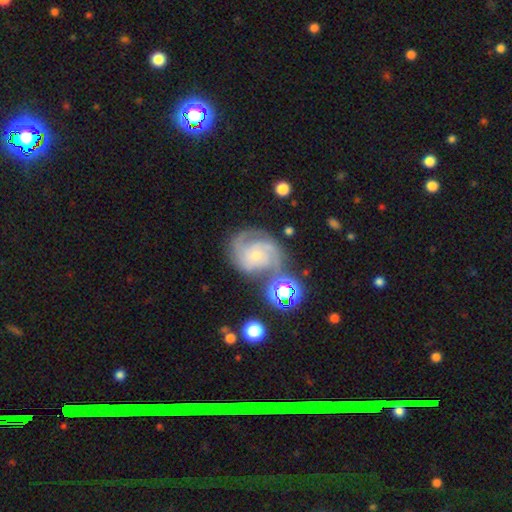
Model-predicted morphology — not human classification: Smooth or featured? featured or disk (82%)
Edge-on disk? no (98%)
Bar? no (70%)
Spiral arms? yes (96%)
Spiral winding? medium (46%)
Spiral arm count? 3 (37%)
Bulge size? small (70%)
Merging? none (55%)